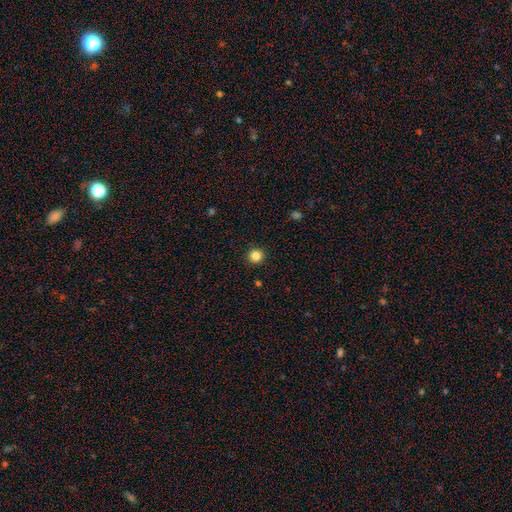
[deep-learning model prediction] A smooth galaxy with no disk features (84%) that is round (95%). Merging: none (93%).